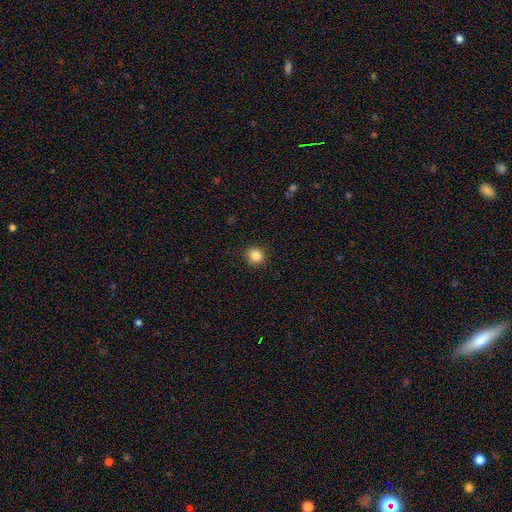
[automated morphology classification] smooth_or_featured: smooth (p=0.86) [alt: star or artifact p=0.11]
how_rounded: round (p=0.88) [alt: in between p=0.12]
merging: none (p=0.91) [alt: minor disturbance p=0.06]